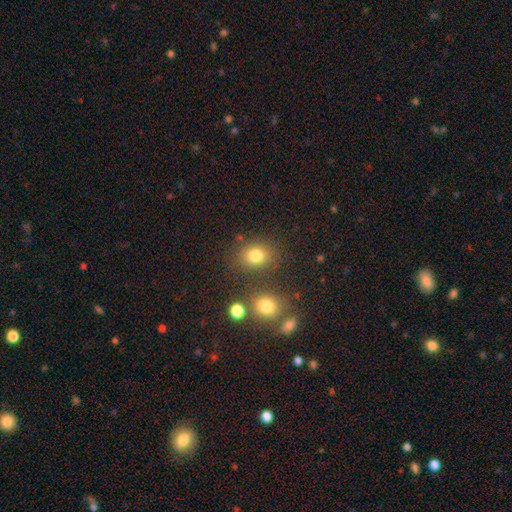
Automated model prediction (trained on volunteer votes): Q: Smooth or featured?
A: smooth (78%); runner-up: star or artifact (15%)
Q: How rounded?
A: round (59%); runner-up: in between (40%)
Q: Merging?
A: none (76%); runner-up: minor disturbance (11%)